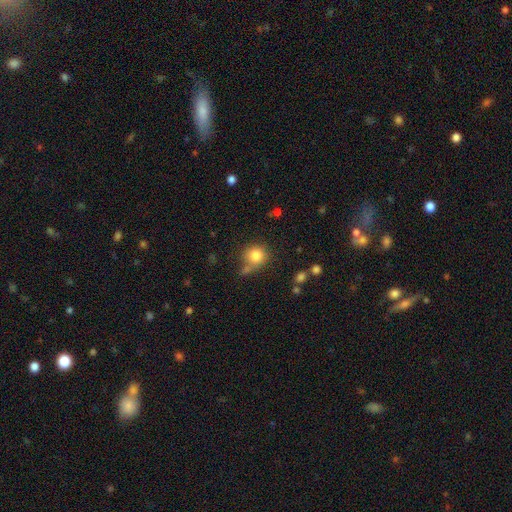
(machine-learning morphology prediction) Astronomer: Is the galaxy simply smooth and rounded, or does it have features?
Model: smooth — 81%.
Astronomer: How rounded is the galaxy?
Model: round — 88%.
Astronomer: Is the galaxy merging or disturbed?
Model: none — 62%.